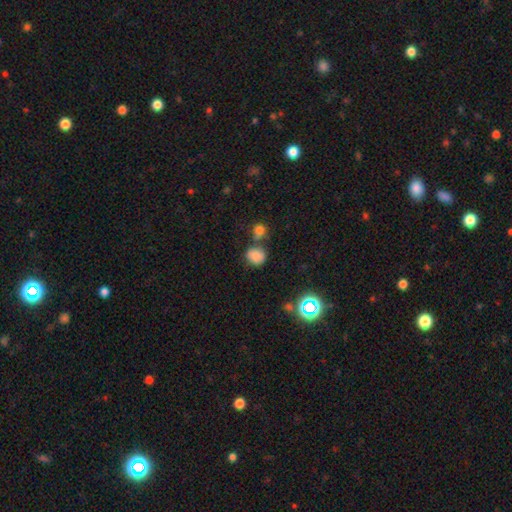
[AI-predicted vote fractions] smooth 78%, star or artifact 15%, featured or disk 7%. Down the decision tree: how rounded — round (71%); merging — none (55%).